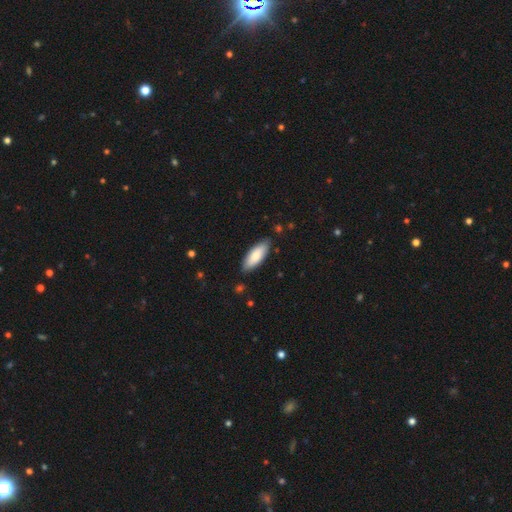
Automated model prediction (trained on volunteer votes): This appears to be a smooth galaxy with no disk features (83%) that is in between round and cigar-shaped (75%). Merging: none (85%).